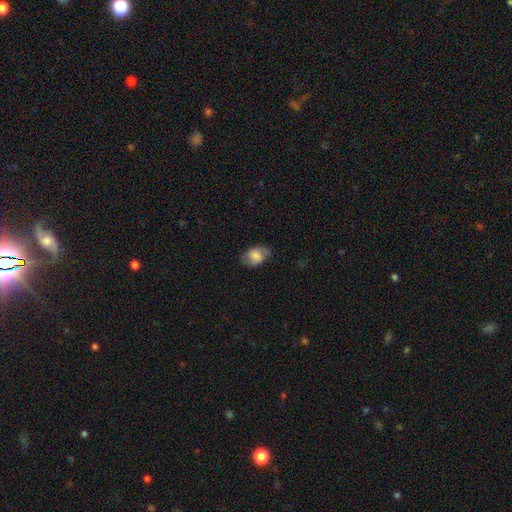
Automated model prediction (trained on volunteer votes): A smooth galaxy with no disk features (60%) that is in between round and cigar-shaped (79%).

Vote fractions:
- Smooth or featured? smooth: 60% / featured or disk: 32% / star or artifact: 8%
- How rounded? in between: 79% / round: 19% / cigar-shaped: 1%
- Merging? none: 64% / minor disturbance: 25% / major disturbance: 10% / merger: 1%